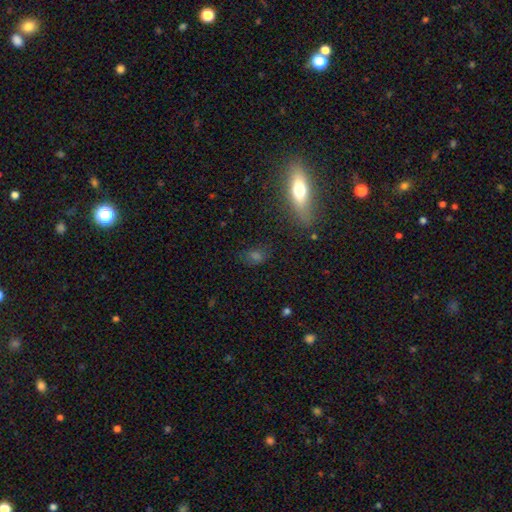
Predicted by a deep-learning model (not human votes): Smooth or featured?
  - smooth: 54% *
  - featured or disk: 24%
  - star or artifact: 22%
How rounded?
  - in between: 57% *
  - round: 24%
  - cigar-shaped: 19%
Merging?
  - none: 77% *
  - minor disturbance: 14%
  - major disturbance: 6%
  - merger: 3%